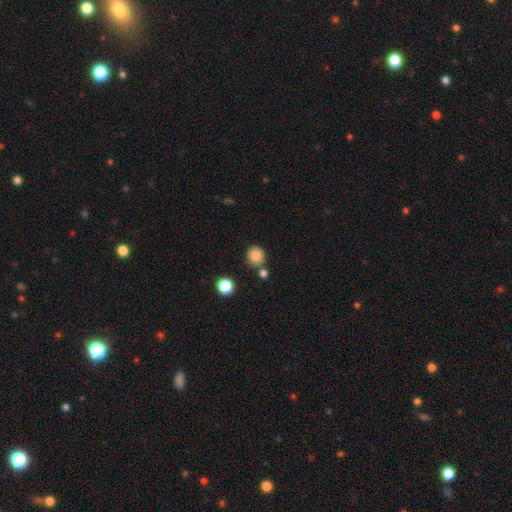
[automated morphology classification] smooth-or-featured: smooth: 85% | star or artifact: 11% | featured or disk: 5%
  how-rounded: round: 88% | in between: 11% | cigar-shaped: 1%
  merging: none: 78% | merger: 11% | minor disturbance: 9% | major disturbance: 3%